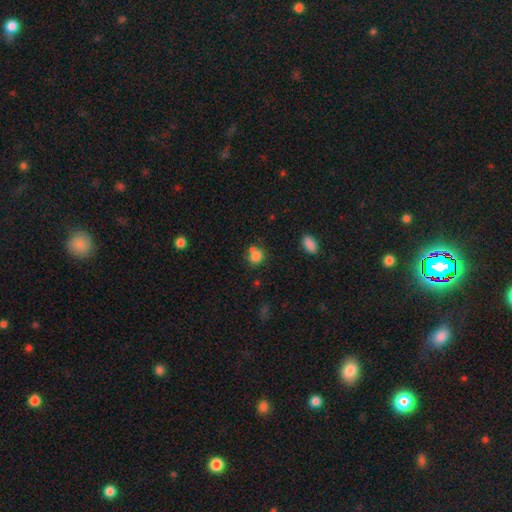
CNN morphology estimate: Q: Smooth or featured?
A: smooth (80%); runner-up: star or artifact (13%)
Q: How rounded?
A: round (78%); runner-up: in between (21%)
Q: Merging?
A: none (58%); runner-up: merger (23%)